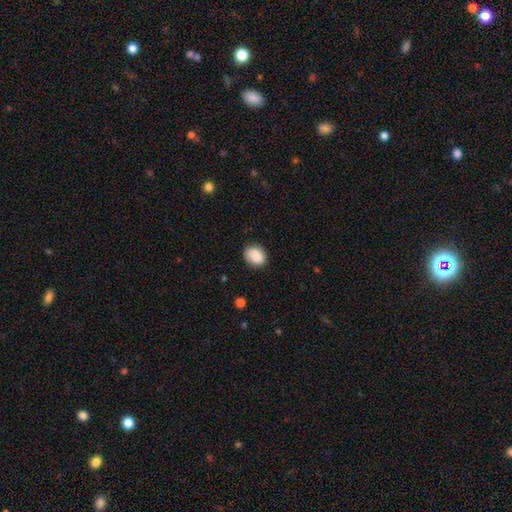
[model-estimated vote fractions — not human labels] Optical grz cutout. It shows a smooth galaxy with no disk features (86%) that is in between round and cigar-shaped (50%). Merging: none (84%).